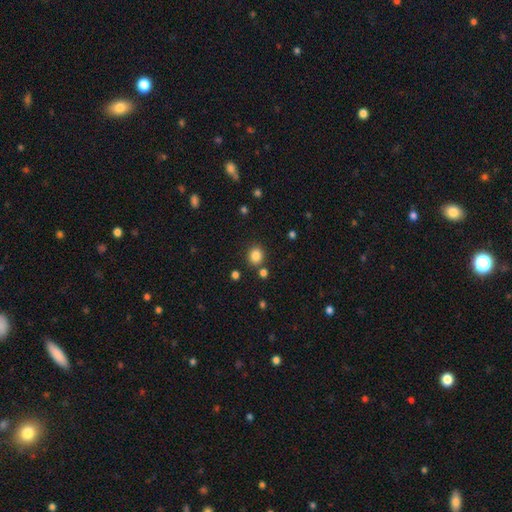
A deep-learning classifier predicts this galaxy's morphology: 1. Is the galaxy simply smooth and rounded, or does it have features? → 84% smooth, 12% star or artifact, 4% featured or disk.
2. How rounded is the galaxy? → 75% round, 24% in between, 1% cigar-shaped.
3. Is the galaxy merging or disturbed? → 81% none, 9% minor disturbance, 7% merger, 3% major disturbance.